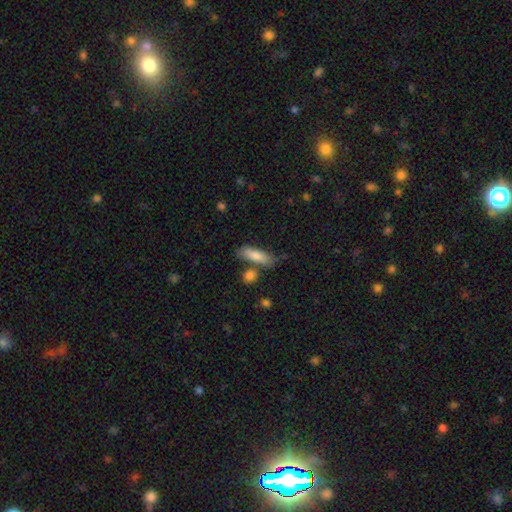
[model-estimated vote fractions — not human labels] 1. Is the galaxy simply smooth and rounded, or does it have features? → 81% smooth, 13% featured or disk, 6% star or artifact.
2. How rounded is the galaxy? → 53% cigar-shaped, 44% in between, 3% round.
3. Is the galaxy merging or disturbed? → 67% none, 17% minor disturbance, 12% merger, 4% major disturbance.